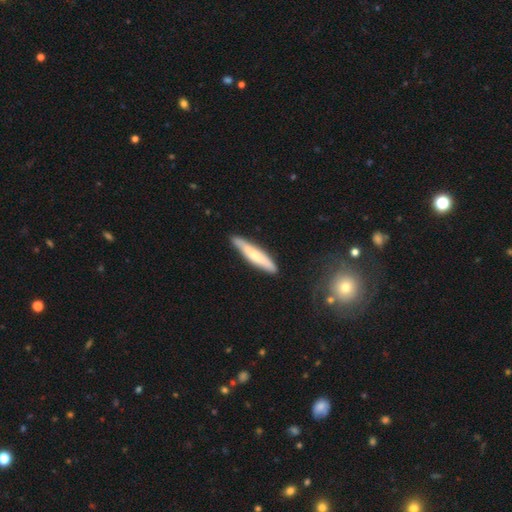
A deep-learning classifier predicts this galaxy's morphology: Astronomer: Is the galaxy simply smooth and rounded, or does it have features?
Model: smooth — 56% (runner-up: featured or disk, 38%).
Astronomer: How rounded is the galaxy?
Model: cigar-shaped — 90%.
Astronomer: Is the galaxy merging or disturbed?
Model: none — 81%.